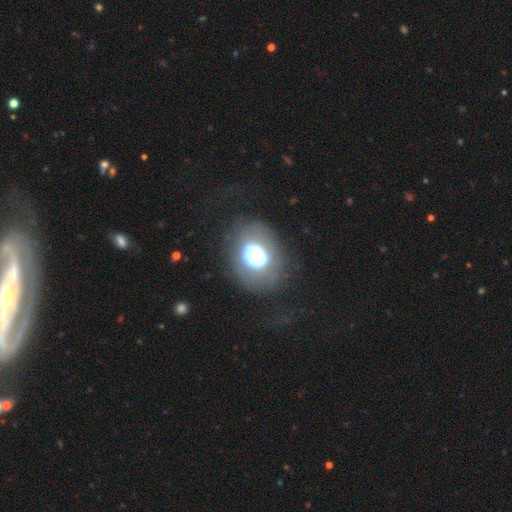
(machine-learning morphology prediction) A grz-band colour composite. It shows a featured or disk galaxy (45%, tied with smooth). Merging: none (58%).